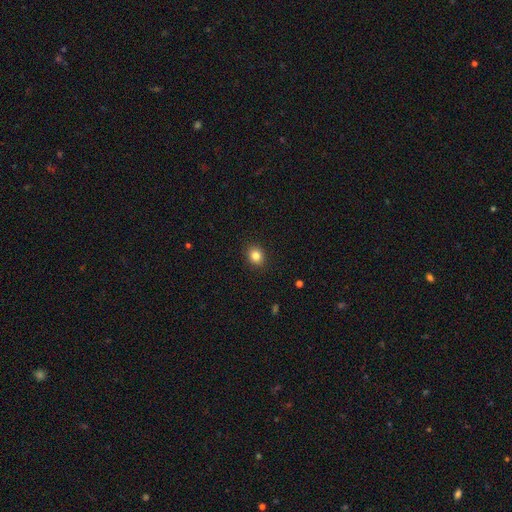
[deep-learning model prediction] A smooth galaxy with no disk features (84%) that is round (67%).

Vote fractions:
- Smooth or featured? smooth: 84% / star or artifact: 11% / featured or disk: 6%
- How rounded? round: 67% / in between: 32% / cigar-shaped: 1%
- Merging? none: 90% / minor disturbance: 7% / major disturbance: 2% / merger: 1%